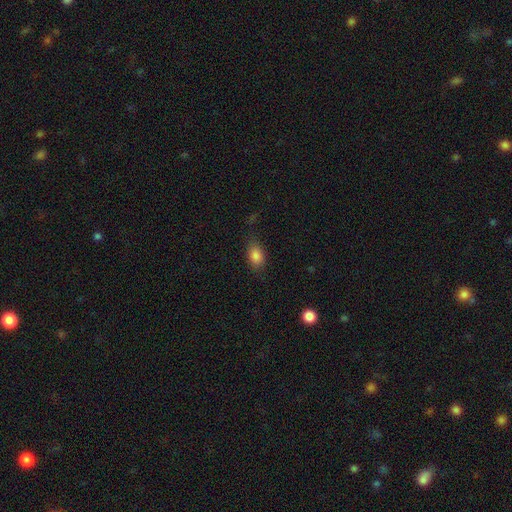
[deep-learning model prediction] smooth-or-featured: smooth: 84% | star or artifact: 9% | featured or disk: 7%
  how-rounded: in between: 83% | round: 14% | cigar-shaped: 3%
  merging: none: 76% | minor disturbance: 17% | major disturbance: 5% | merger: 2%